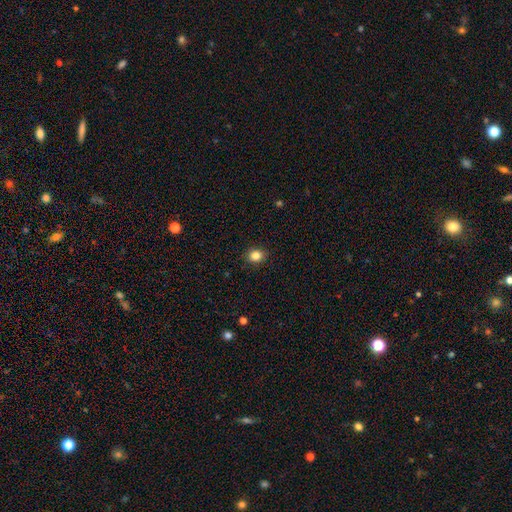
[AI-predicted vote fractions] A smooth galaxy with no disk features (84%) that is round (64%).

Vote fractions:
- Smooth or featured? smooth: 84% / star or artifact: 11% / featured or disk: 5%
- How rounded? round: 64% / in between: 36% / cigar-shaped: 1%
- Merging? none: 91% / minor disturbance: 6% / major disturbance: 2% / merger: 1%